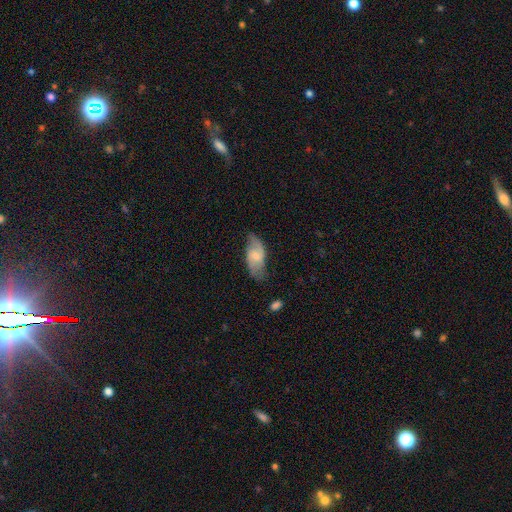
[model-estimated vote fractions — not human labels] Smooth or featured: featured or disk — 66% (smooth — 28%)
Edge-on disk: no — 94% (yes — 6%)
Bar: weak — 50% (no — 39%)
Spiral arms: yes — 91% (no — 9%)
Spiral winding: loose — 48% (medium — 39%)
Spiral arm count: 2 — 87% (can't tell — 7%)
Bulge size: small — 52% (moderate — 36%)
Merging: none — 70% (minor disturbance — 22%)